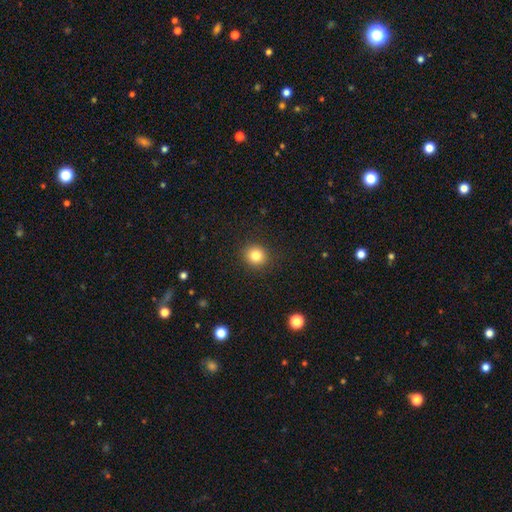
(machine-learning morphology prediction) Smooth or featured: smooth — 83% (star or artifact — 11%)
How rounded: round — 89% (in between — 11%)
Merging: none — 91% (minor disturbance — 6%)